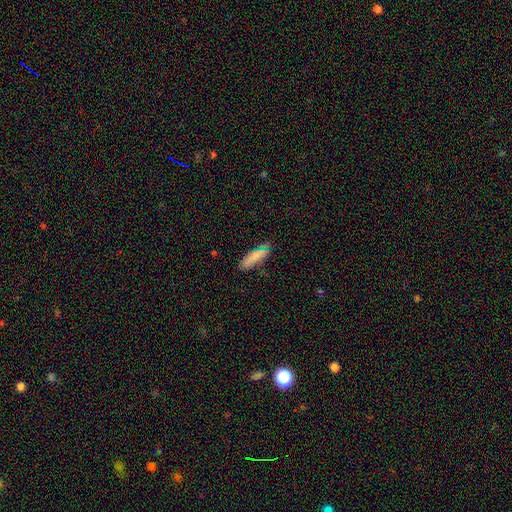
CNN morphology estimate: smooth 82%, featured or disk 10%, star or artifact 9%. Down the decision tree: how rounded — cigar-shaped (58%); merging — none (78%).